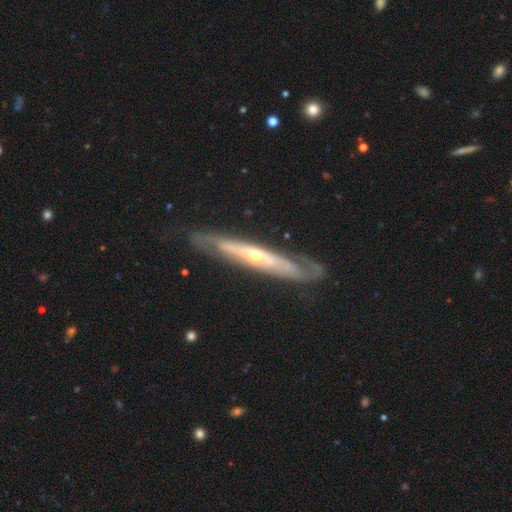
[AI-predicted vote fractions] smooth_or_featured: featured or disk (p=0.79) [alt: smooth p=0.16]
disk_edge_on: yes (p=0.62) [alt: no p=0.38]
merging: none (p=0.76) [alt: minor disturbance p=0.17]